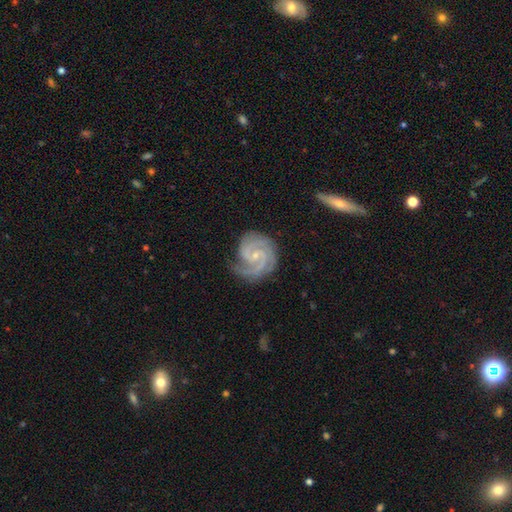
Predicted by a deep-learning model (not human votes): Overall: featured or disk (92%). Edge-on disk: no (98%). Bar: no (52%; weak 38%). Spiral arms: yes (99%). Spiral arm count: 3 (44%; 2 36%). Spiral winding: tight (63%; medium 33%). Bulge size: small (78%). Merging: none (76%).